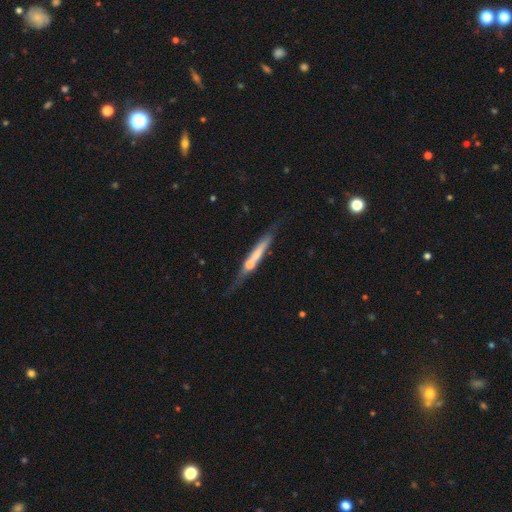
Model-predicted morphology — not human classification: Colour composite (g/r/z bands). It shows a featured or disk galaxy (59%) viewed edge-on (90%) with a rounded central bulge (46%). Merging: none (61%).